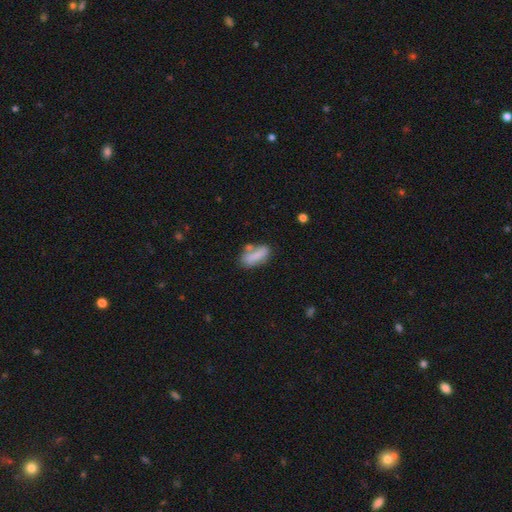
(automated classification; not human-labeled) smooth-or-featured: smooth: 73% | featured or disk: 19% | star or artifact: 8%
  how-rounded: in between: 76% | cigar-shaped: 21% | round: 3%
  merging: none: 56% | minor disturbance: 23% | merger: 14% | major disturbance: 7%